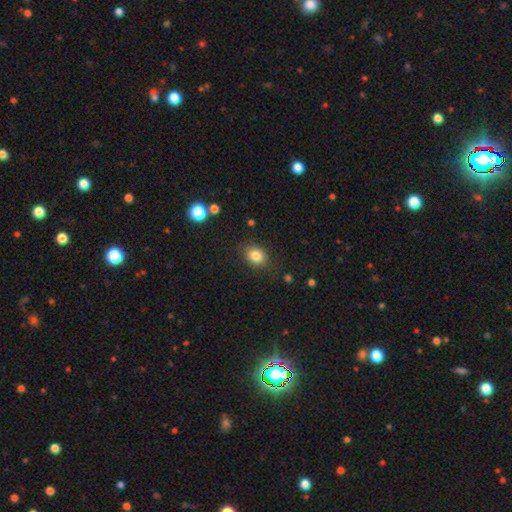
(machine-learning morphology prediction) This appears to be a smooth galaxy with no disk features (82%) that is in between round and cigar-shaped (60%). Merging: none (82%).